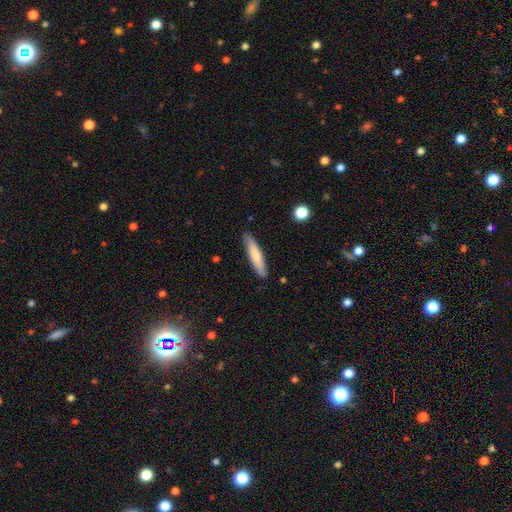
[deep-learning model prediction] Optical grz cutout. It shows a smooth galaxy with no disk features (74%) that is cigar-shaped (83%). Merging: none (86%).